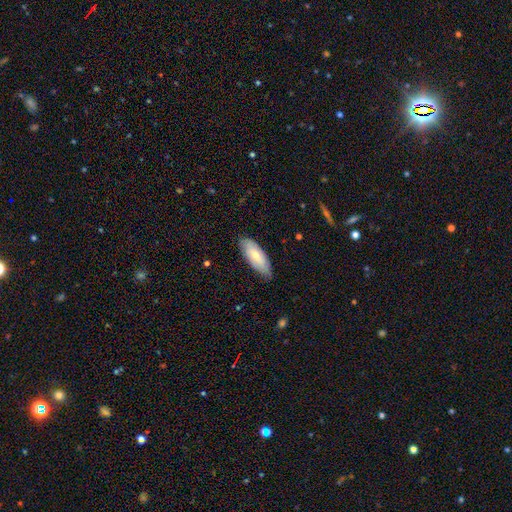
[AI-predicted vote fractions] Smooth or featured? Predicted: smooth (p=0.69). How rounded? Predicted: in between (p=0.78). Merging? Predicted: none (p=0.77).